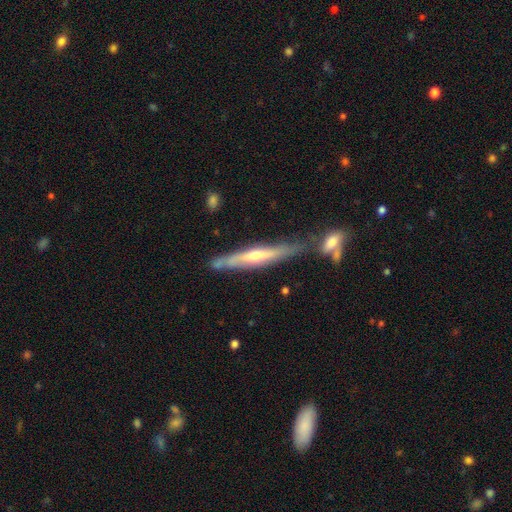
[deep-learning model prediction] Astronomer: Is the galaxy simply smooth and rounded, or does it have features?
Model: featured or disk — 62%.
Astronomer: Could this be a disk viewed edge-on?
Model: yes — 89%.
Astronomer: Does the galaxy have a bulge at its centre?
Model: rounded — 69%.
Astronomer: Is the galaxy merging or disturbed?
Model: none — 64%.